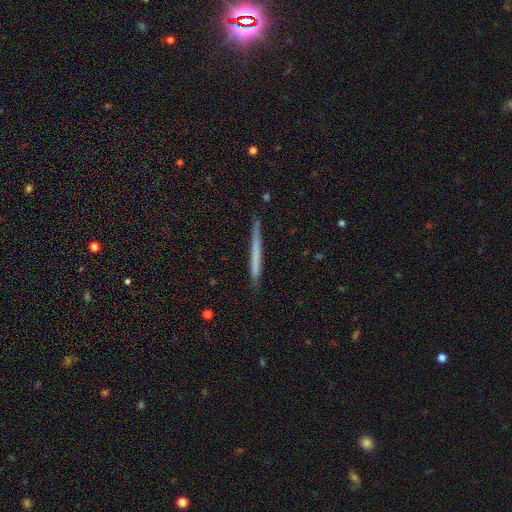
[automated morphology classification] This appears to be a smooth galaxy with no disk features (54%) that is cigar-shaped (97%). Merging: none (88%).